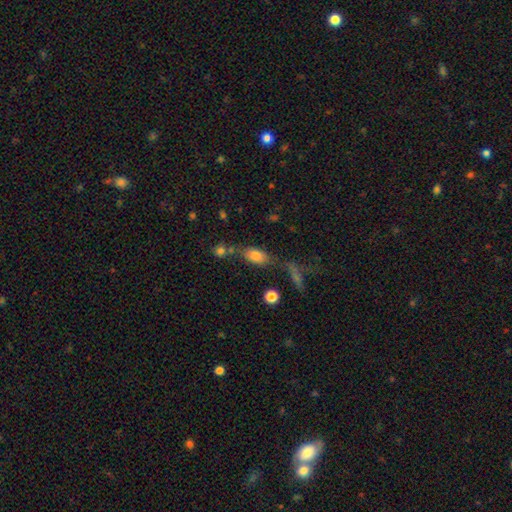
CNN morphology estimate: The model was most divided on "merging": none: 54%, merger: 19%, minor disturbance: 17%, major disturbance: 9%. More confident: how rounded — in between (84%); smooth or featured — smooth (77%).